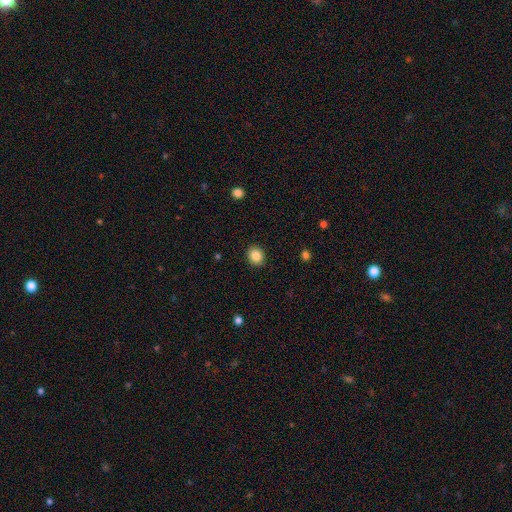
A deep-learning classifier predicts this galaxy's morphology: Smooth or featured? smooth (86%)
How rounded? round (65%)
Merging? none (90%)